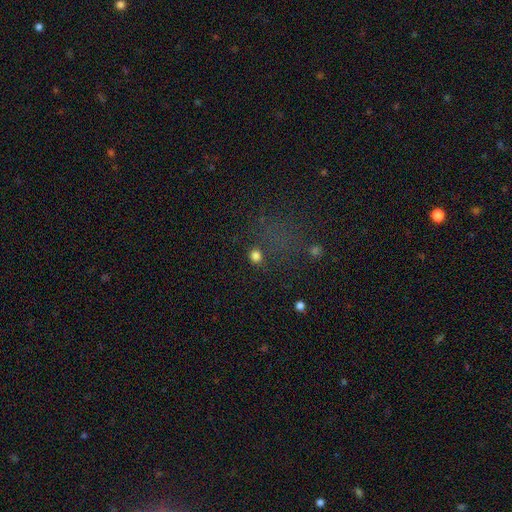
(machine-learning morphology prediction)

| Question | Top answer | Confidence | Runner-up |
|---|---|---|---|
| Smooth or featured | smooth | 75% | star or artifact (20%) |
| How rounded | round | 83% | in between (16%) |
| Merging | none | 77% | minor disturbance (11%) |